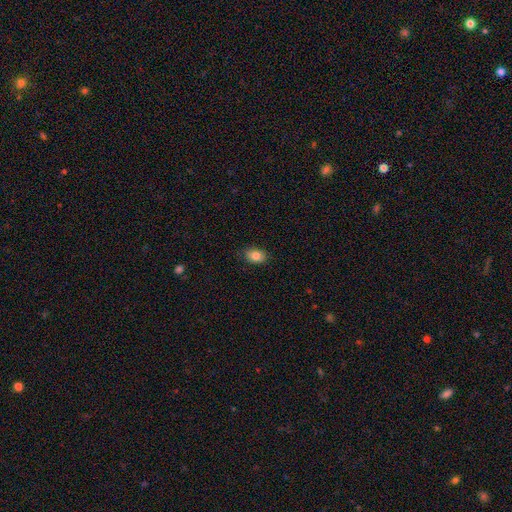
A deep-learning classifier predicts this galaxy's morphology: Q: Smooth or featured?
A: smooth (83%); runner-up: star or artifact (9%)
Q: How rounded?
A: in between (79%); runner-up: round (19%)
Q: Merging?
A: none (86%); runner-up: minor disturbance (11%)